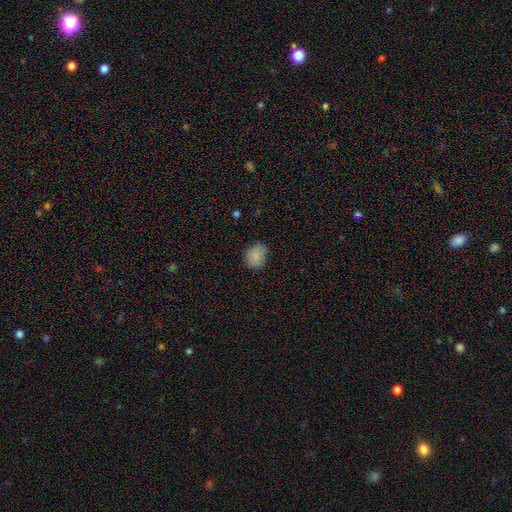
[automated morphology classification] A smooth galaxy with no disk features (84%) that is round (51%).

Vote fractions:
- Smooth or featured? smooth: 84% / star or artifact: 10% / featured or disk: 6%
- How rounded? round: 51% / in between: 48% / cigar-shaped: 1%
- Merging? none: 75% / minor disturbance: 20% / major disturbance: 4% / merger: 1%